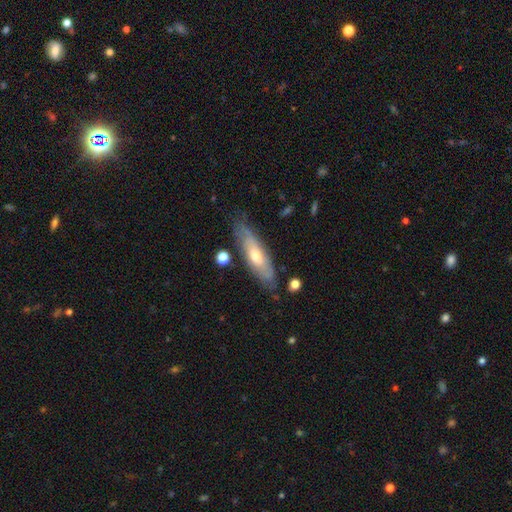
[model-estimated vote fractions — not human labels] A featured or disk galaxy (50%).

Vote fractions:
- Smooth or featured? featured or disk: 50% / smooth: 44% / star or artifact: 6%
- Edge-on disk? no: 55% / yes: 45%
- Merging? none: 76% / minor disturbance: 18% / major disturbance: 4% / merger: 3%